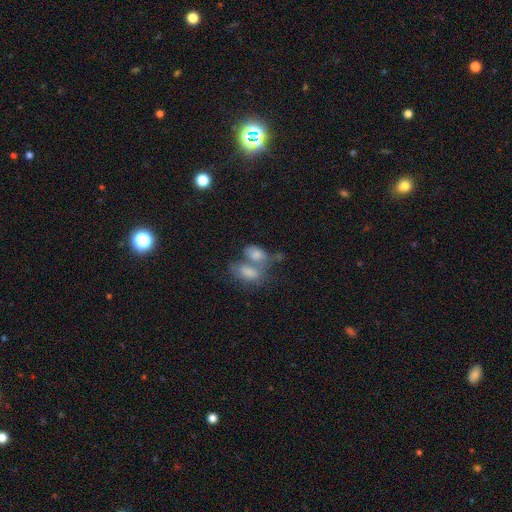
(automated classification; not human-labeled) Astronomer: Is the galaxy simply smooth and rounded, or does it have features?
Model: smooth — 67%.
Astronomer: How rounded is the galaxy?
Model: in between — 85%.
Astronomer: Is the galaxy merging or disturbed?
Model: merger — 55%.